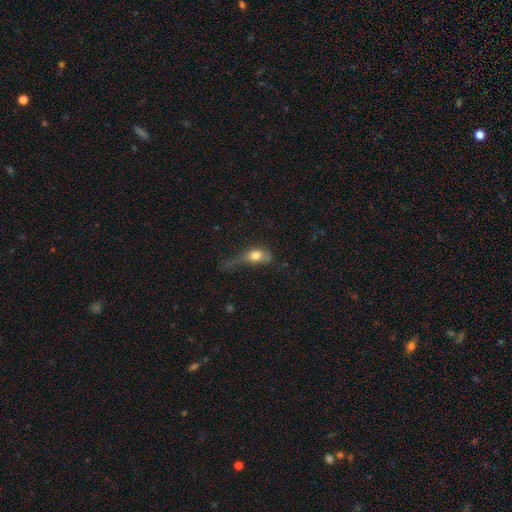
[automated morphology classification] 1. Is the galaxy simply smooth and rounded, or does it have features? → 73% smooth, 18% featured or disk, 9% star or artifact.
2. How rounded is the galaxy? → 71% in between, 18% round, 11% cigar-shaped.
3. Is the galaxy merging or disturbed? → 49% major disturbance, 27% minor disturbance, 20% none, 5% merger.